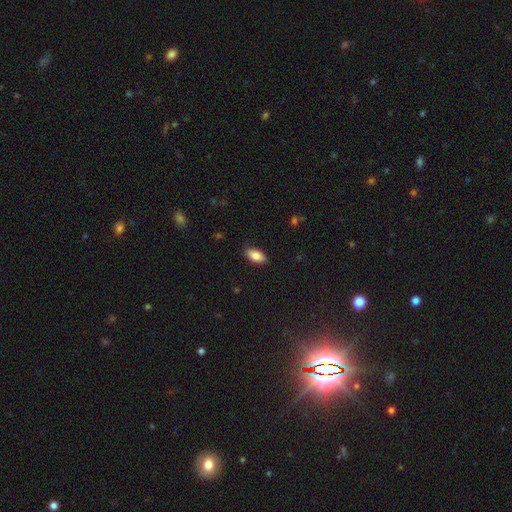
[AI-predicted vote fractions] smooth-or-featured: smooth: 83% | featured or disk: 10% | star or artifact: 7%
  how-rounded: in between: 91% | cigar-shaped: 6% | round: 3%
  merging: none: 84% | minor disturbance: 13% | major disturbance: 2% | merger: 1%